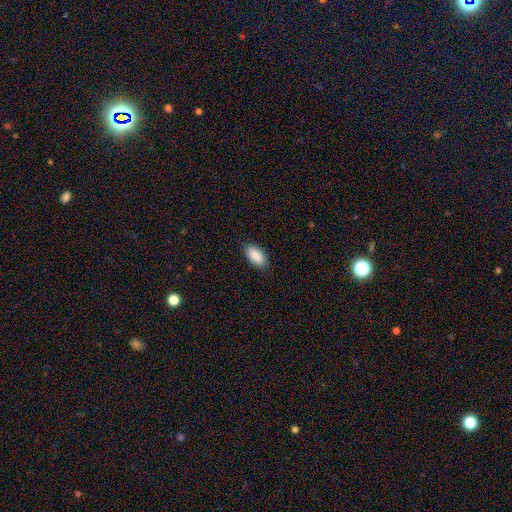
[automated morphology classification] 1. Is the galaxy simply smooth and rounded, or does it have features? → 91% smooth, 6% star or artifact, 3% featured or disk.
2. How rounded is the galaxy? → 95% in between, 3% cigar-shaped, 2% round.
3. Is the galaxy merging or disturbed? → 88% none, 9% minor disturbance, 2% major disturbance, 1% merger.